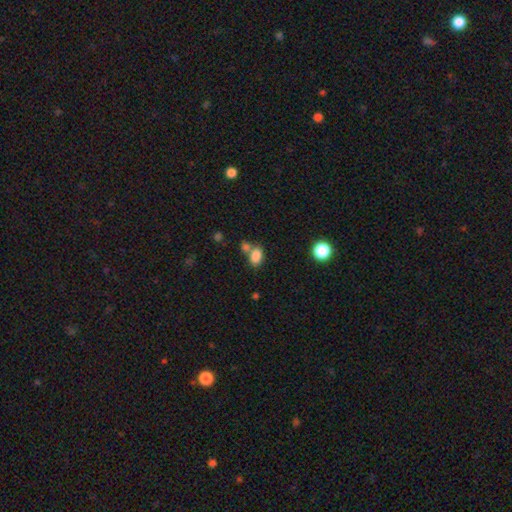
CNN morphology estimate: Smooth or featured? smooth (83%)
How rounded? in between (84%)
Merging? none (49%)